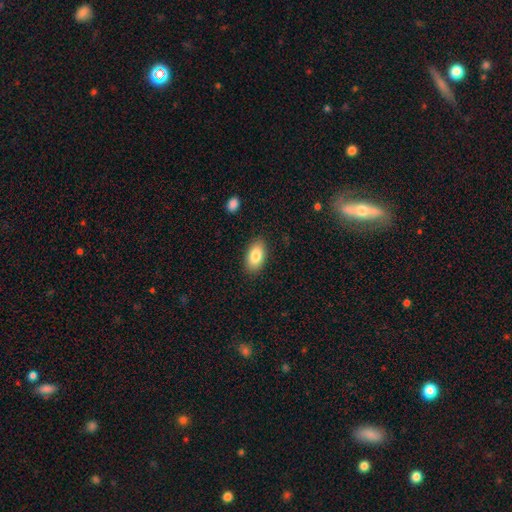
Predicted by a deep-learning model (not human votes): smooth-or-featured: smooth: 84% | featured or disk: 9% | star or artifact: 7%
  how-rounded: in between: 93% | round: 4% | cigar-shaped: 2%
  merging: none: 87% | minor disturbance: 9% | major disturbance: 2% | merger: 1%